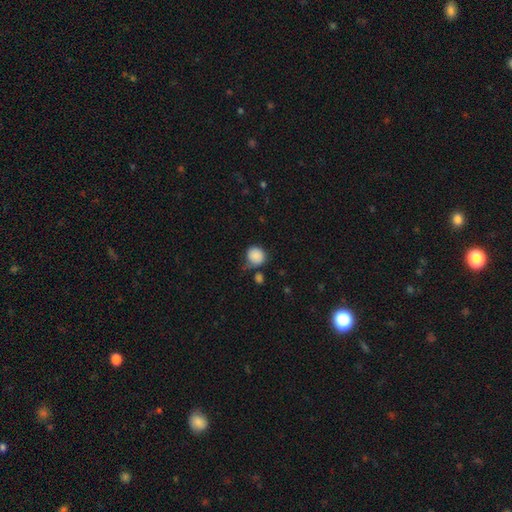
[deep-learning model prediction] Smooth or featured?
  - smooth: 87% *
  - star or artifact: 8%
  - featured or disk: 5%
How rounded?
  - round: 85% *
  - in between: 14%
  - cigar-shaped: 1%
Merging?
  - none: 56% *
  - minor disturbance: 27%
  - major disturbance: 9%
  - merger: 9%